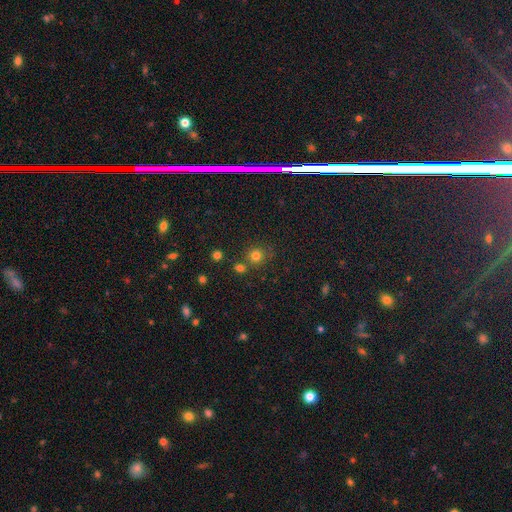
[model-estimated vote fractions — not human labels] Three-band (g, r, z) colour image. It shows a smooth galaxy with no disk features (78%) that is round (90%). Merging: none (73%).